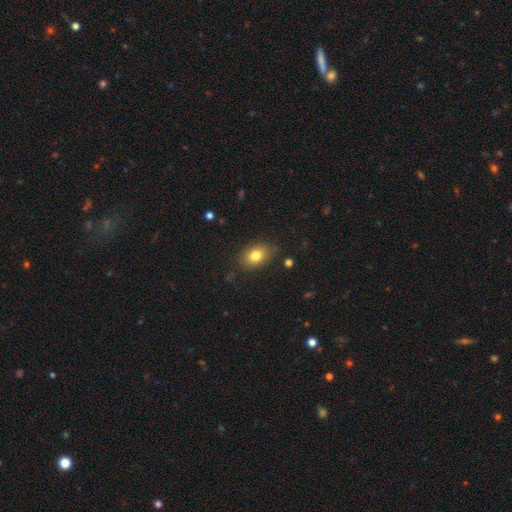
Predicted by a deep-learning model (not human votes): Smooth or featured? Predicted: smooth (p=0.80). How rounded? Predicted: in between (p=0.74). Merging? Predicted: none (p=0.80).